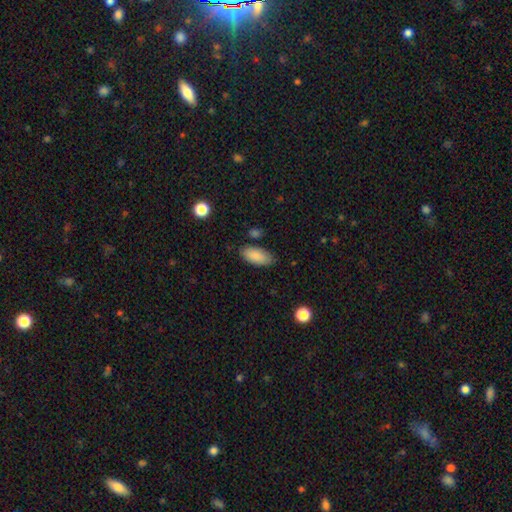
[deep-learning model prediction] Smooth or featured: smooth — 86% (featured or disk — 7%)
How rounded: in between — 91% (cigar-shaped — 7%)
Merging: none — 80% (minor disturbance — 14%)